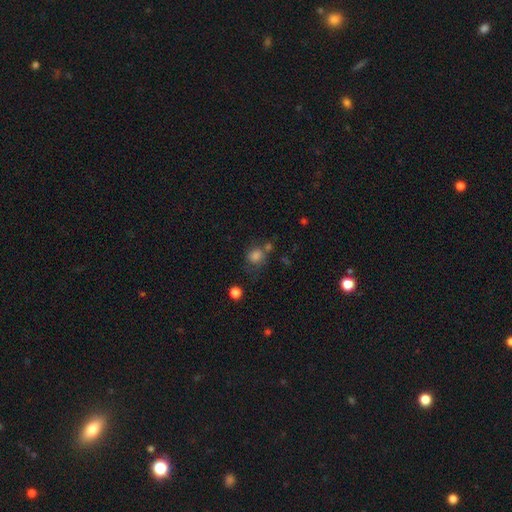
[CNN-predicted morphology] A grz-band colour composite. It shows a smooth galaxy with no disk features (79%) that is round (69%). Merging: none (51%).